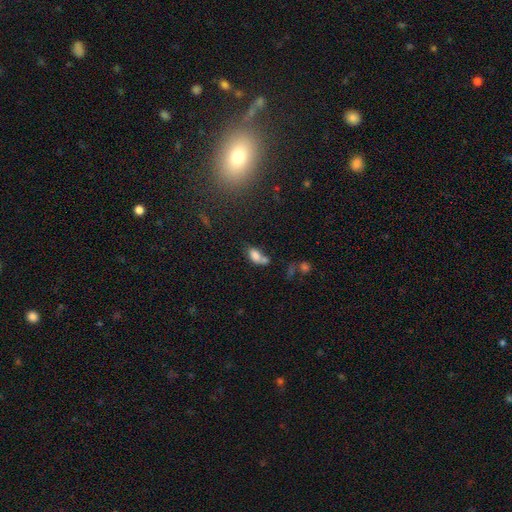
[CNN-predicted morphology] Overall: smooth (74%). How rounded: in between (86%). Merging: merger (45%; none 27%).